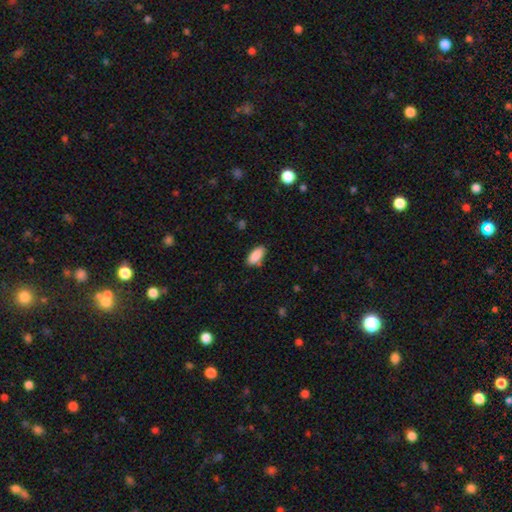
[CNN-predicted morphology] Q: Smooth or featured?
A: smooth (89%); runner-up: star or artifact (7%)
Q: How rounded?
A: in between (92%); runner-up: cigar-shaped (6%)
Q: Merging?
A: none (81%); runner-up: minor disturbance (14%)